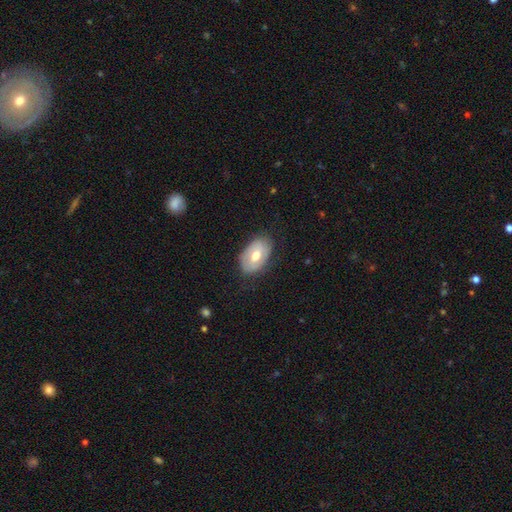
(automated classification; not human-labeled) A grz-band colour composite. It shows a smooth galaxy with no disk features (59%) that is in between round and cigar-shaped (90%). Merging: none (76%).